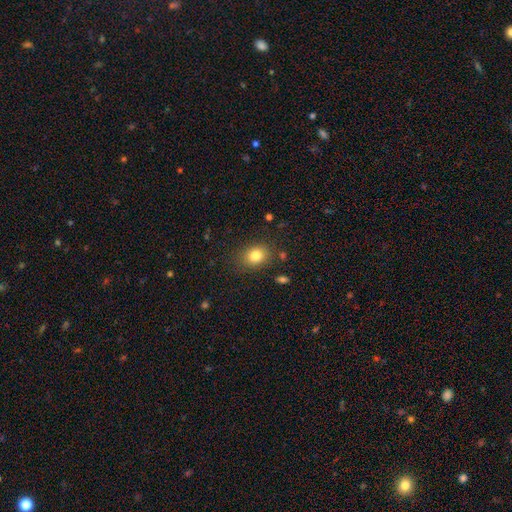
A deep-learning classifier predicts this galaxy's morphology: The model was most divided on "how rounded": in between: 56%, round: 43%, cigar-shaped: 1%. More confident: merging — none (82%); smooth or featured — smooth (81%).